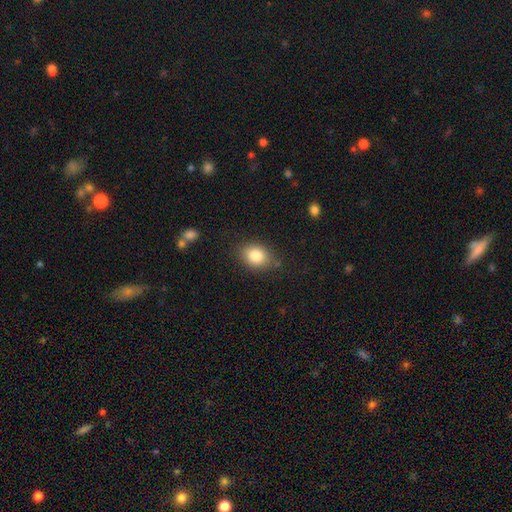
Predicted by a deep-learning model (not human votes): Overall: smooth (83%). How rounded: in between (61%; round 38%). Merging: none (81%).